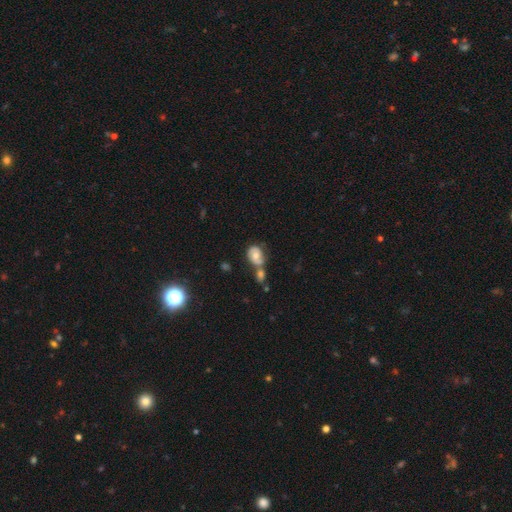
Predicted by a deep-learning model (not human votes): Smooth or featured? smooth (53%)
How rounded? in between (57%)
Merging? merger (48%)